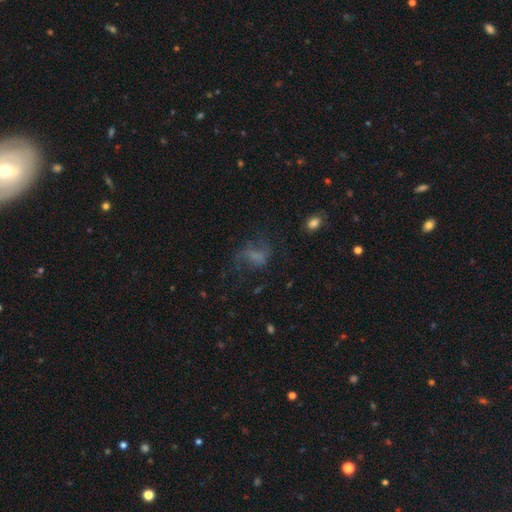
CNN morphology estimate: A smooth galaxy with no disk features (40%).

Vote fractions:
- Smooth or featured? smooth: 40% / featured or disk: 39% / star or artifact: 21%
- Merging? none: 42% / major disturbance: 35% / minor disturbance: 20% / merger: 3%